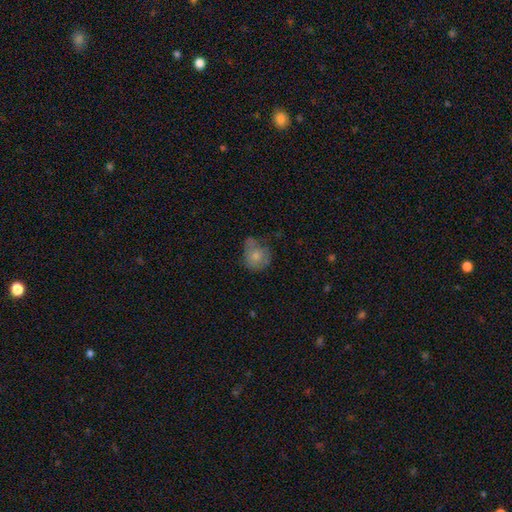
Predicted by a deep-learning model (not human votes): Smooth or featured? smooth (68%)
How rounded? round (70%)
Merging? none (39%)